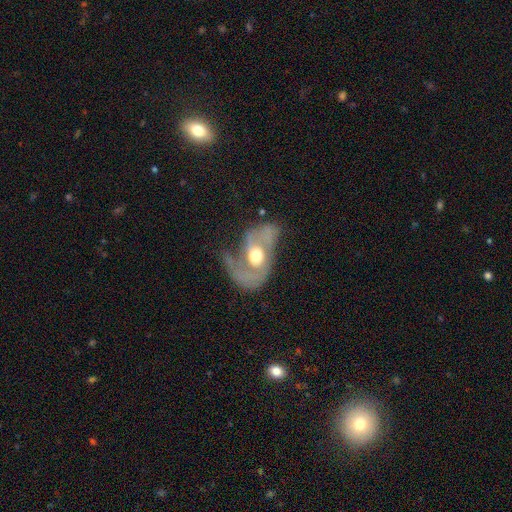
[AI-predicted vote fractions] Smooth or featured? featured or disk (79%)
Edge-on disk? no (96%)
Bar? no (67%)
Spiral arms? yes (84%)
Spiral winding? medium (41%)
Spiral arm count? 2 (69%)
Bulge size? moderate (70%)
Merging? major disturbance (40%)